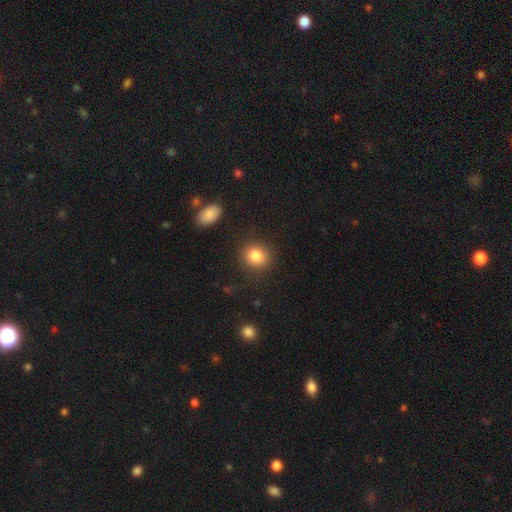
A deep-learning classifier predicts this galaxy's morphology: Q: Smooth or featured?
A: smooth (84%); runner-up: star or artifact (9%)
Q: How rounded?
A: round (80%); runner-up: in between (19%)
Q: Merging?
A: none (87%); runner-up: minor disturbance (8%)